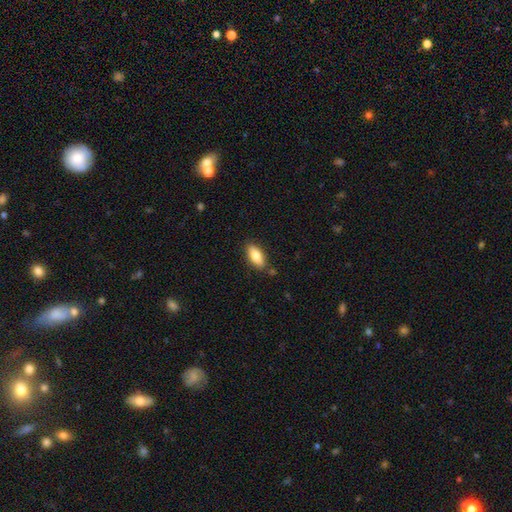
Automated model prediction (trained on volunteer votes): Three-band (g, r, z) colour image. It shows a smooth galaxy with no disk features (82%) that is in between round and cigar-shaped (84%). Merging: none (83%).